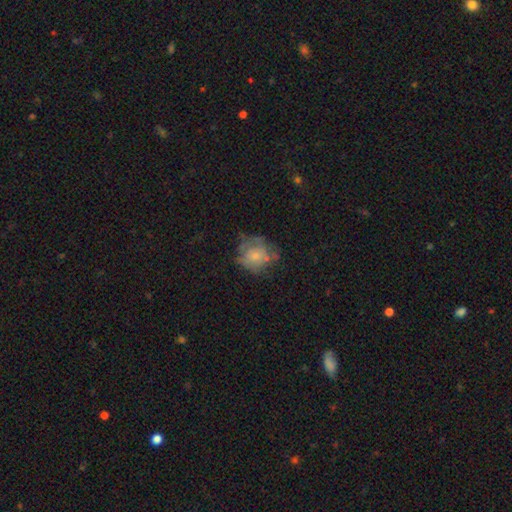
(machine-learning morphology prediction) A smooth galaxy with no disk features (54%) that is round (75%).

Vote fractions:
- Smooth or featured? smooth: 54% / featured or disk: 36% / star or artifact: 11%
- How rounded? round: 75% / in between: 24% / cigar-shaped: 1%
- Merging? none: 48% / minor disturbance: 28% / major disturbance: 20% / merger: 4%